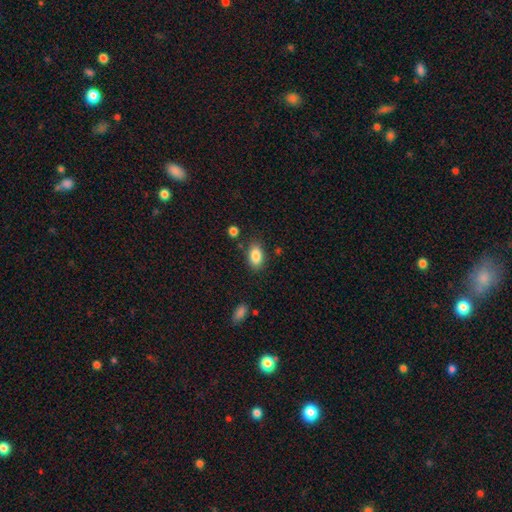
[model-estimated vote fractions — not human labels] Smooth or featured? smooth (86%)
How rounded? in between (90%)
Merging? none (81%)